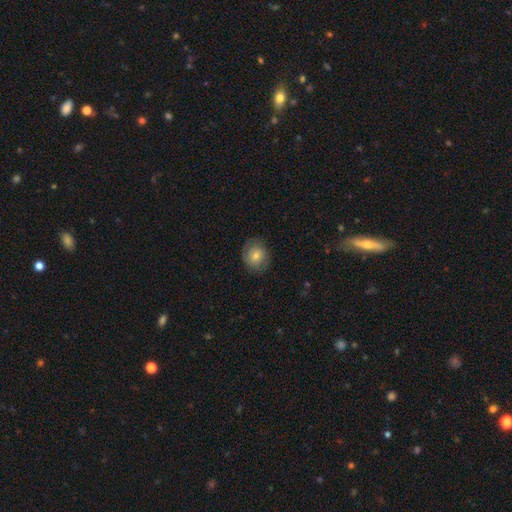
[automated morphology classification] A smooth galaxy with no disk features (68%) that is round (71%). Merging: none (78%).